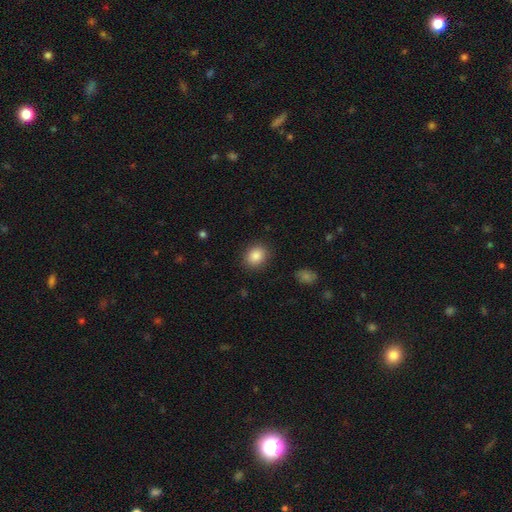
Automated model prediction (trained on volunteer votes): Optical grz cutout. It shows a smooth galaxy with no disk features (86%) that is round (60%). Merging: none (88%).